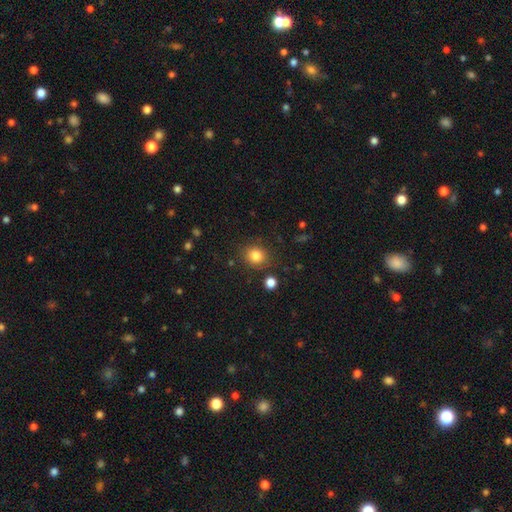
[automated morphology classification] Smooth or featured: smooth — 83% (star or artifact — 11%)
How rounded: round — 76% (in between — 23%)
Merging: none — 84% (minor disturbance — 10%)